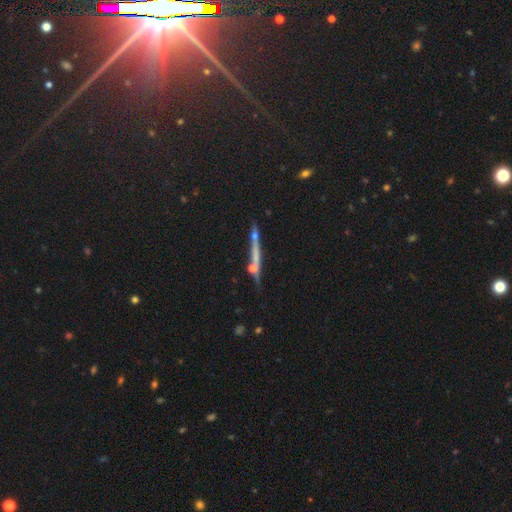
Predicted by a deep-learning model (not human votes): Smooth or featured: featured or disk — 56% (smooth — 32%)
Edge-on disk: yes — 92% (no — 8%)
Edge-on bulge: none — 59% (rounded — 31%)
Merging: none — 69% (minor disturbance — 13%)